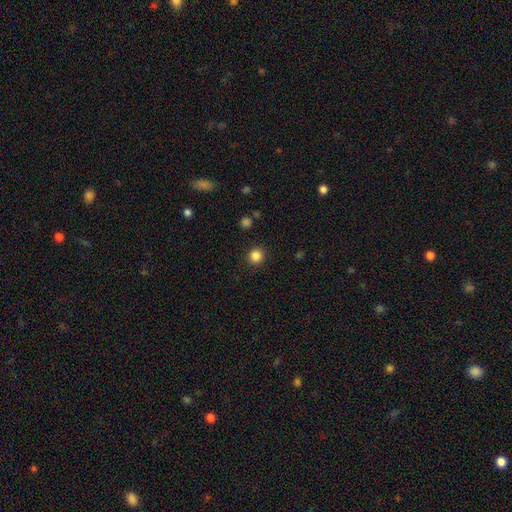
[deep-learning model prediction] A smooth galaxy with no disk features (84%) that is round (92%). Merging: none (91%).